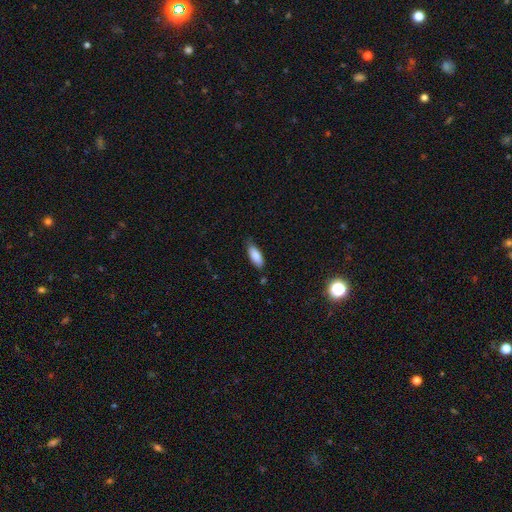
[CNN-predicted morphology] Smooth or featured? Predicted: smooth (p=0.85). How rounded? Predicted: in between (p=0.75). Merging? Predicted: none (p=0.76).